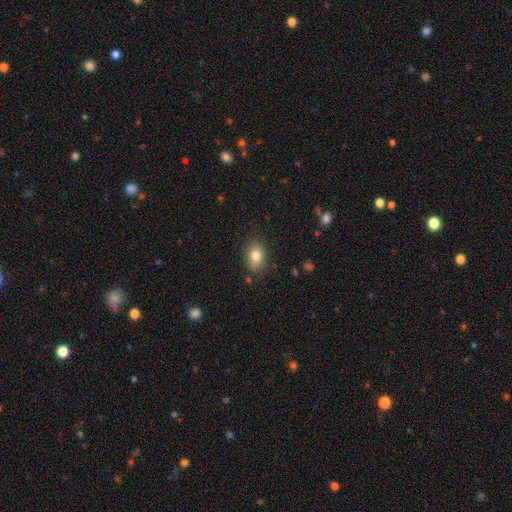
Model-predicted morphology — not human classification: Smooth or featured?
  - smooth: 82% *
  - star or artifact: 9%
  - featured or disk: 8%
How rounded?
  - in between: 69% *
  - round: 29%
  - cigar-shaped: 1%
Merging?
  - none: 81% *
  - minor disturbance: 14%
  - major disturbance: 3%
  - merger: 2%